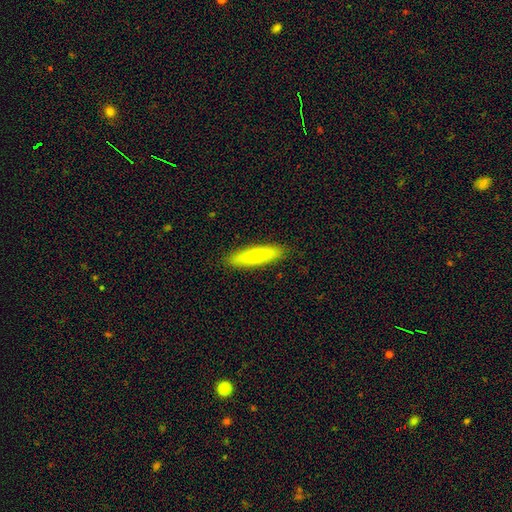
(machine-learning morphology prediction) smooth_or_featured: smooth (p=0.62) [alt: featured or disk p=0.32]
how_rounded: cigar-shaped (p=0.69) [alt: in between p=0.29]
merging: none (p=0.89) [alt: minor disturbance p=0.08]